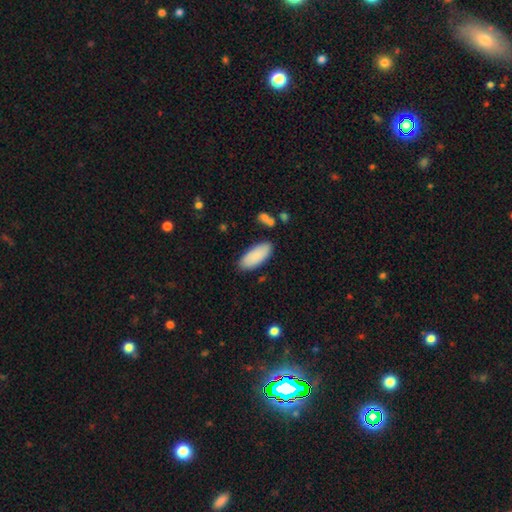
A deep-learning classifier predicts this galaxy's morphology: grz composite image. It shows a smooth galaxy with no disk features (89%) that is in between round and cigar-shaped (84%). Merging: none (83%).